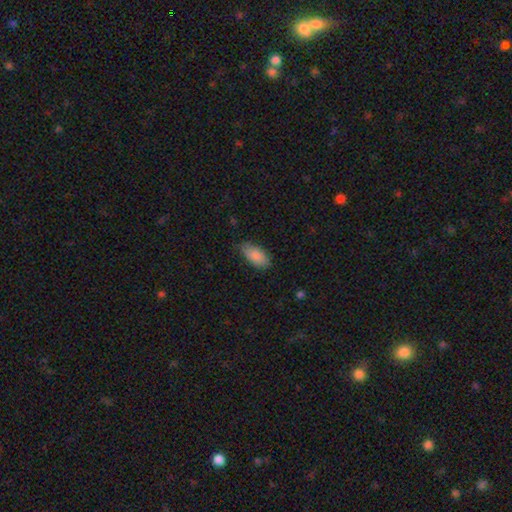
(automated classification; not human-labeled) smooth-or-featured: smooth: 87% | star or artifact: 7% | featured or disk: 6%
  how-rounded: in between: 92% | cigar-shaped: 6% | round: 2%
  merging: none: 73% | minor disturbance: 22% | major disturbance: 4% | merger: 1%